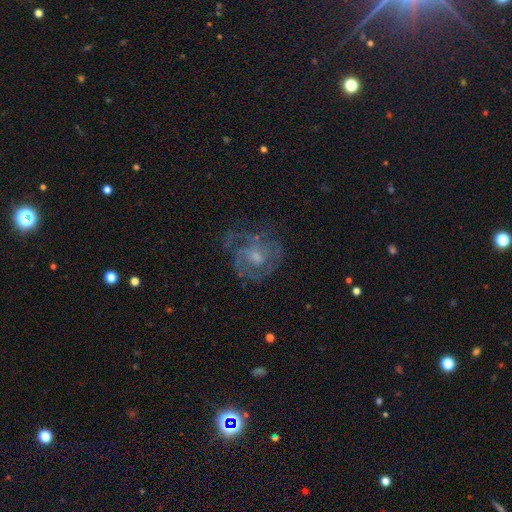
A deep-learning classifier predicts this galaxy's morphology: featured or disk 76%, smooth 16%, star or artifact 8%. Down the decision tree: edge-on disk — no (98%); bar — no (65%); spiral arms — yes (81%); spiral arm count — can't tell (35%); spiral winding — tight (48%); bulge size — moderate (44%); merging — none (54%).